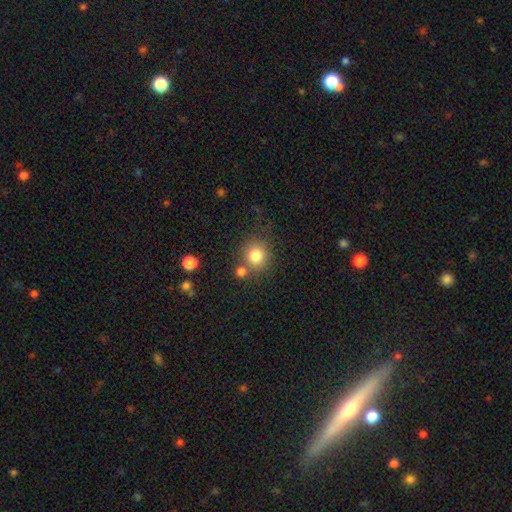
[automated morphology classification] The model was most divided on "merging": none: 72%, merger: 14%, minor disturbance: 10%, major disturbance: 4%. More confident: how rounded — round (89%); smooth or featured — smooth (82%).